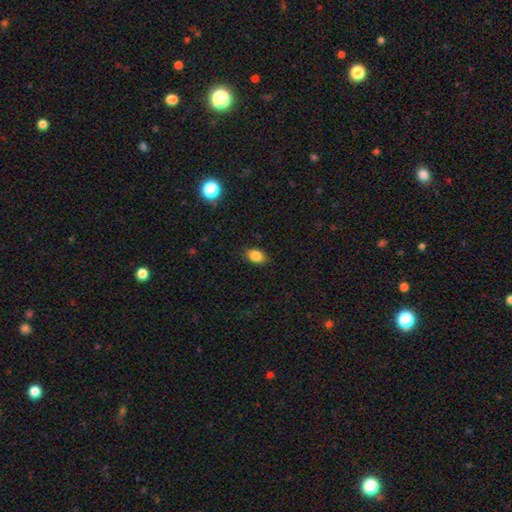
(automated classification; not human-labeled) This is clearly a smooth galaxy (85%). How rounded: likely in between (79%). Merging: clearly none (85%).